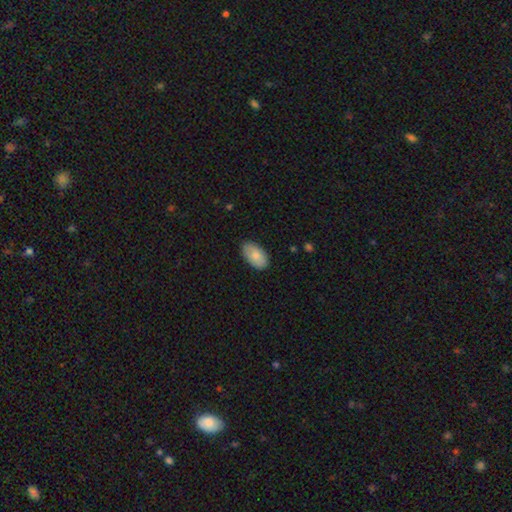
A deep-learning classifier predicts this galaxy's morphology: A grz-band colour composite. It shows a smooth galaxy with no disk features (81%) that is in between round and cigar-shaped (95%). Merging: none (84%).